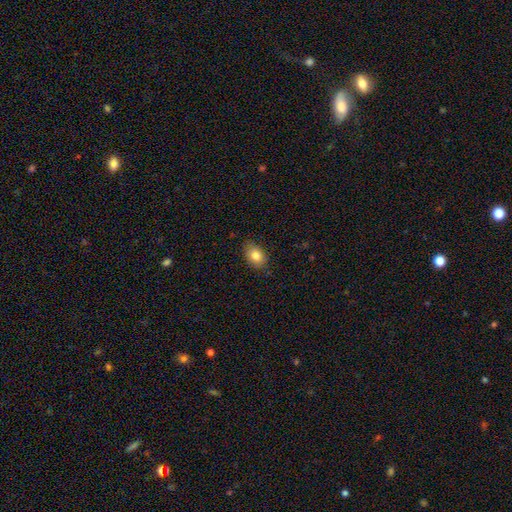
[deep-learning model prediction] smooth_or_featured: smooth (p=0.82) [alt: featured or disk p=0.09]
how_rounded: in between (p=0.81) [alt: round p=0.18]
merging: none (p=0.83) [alt: minor disturbance p=0.14]